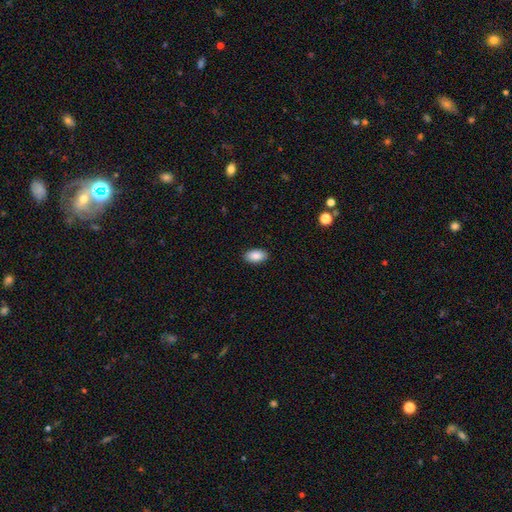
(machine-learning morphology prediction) smooth-or-featured: smooth: 89% | star or artifact: 7% | featured or disk: 4%
  how-rounded: in between: 94% | round: 4% | cigar-shaped: 2%
  merging: none: 90% | minor disturbance: 7% | major disturbance: 2% | merger: 1%